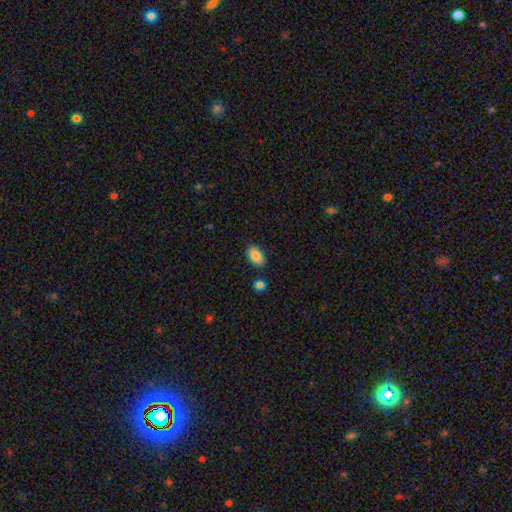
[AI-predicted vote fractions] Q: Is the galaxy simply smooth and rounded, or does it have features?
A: smooth — 88%.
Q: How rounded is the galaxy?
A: in between — 92%.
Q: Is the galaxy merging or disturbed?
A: none — 85%.